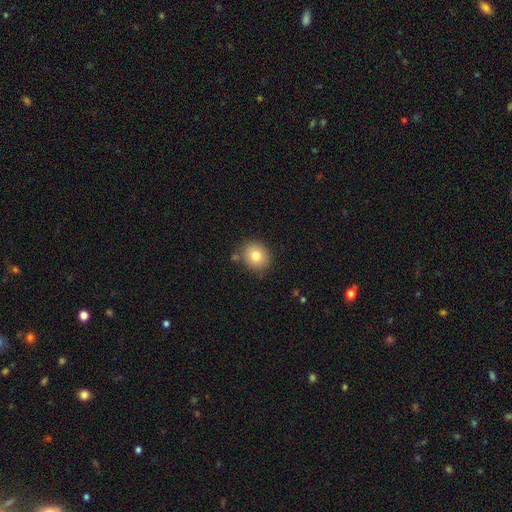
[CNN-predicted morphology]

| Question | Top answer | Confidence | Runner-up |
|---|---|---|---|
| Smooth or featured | smooth | 79% | featured or disk (11%) |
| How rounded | round | 75% | in between (24%) |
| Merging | none | 80% | minor disturbance (13%) |